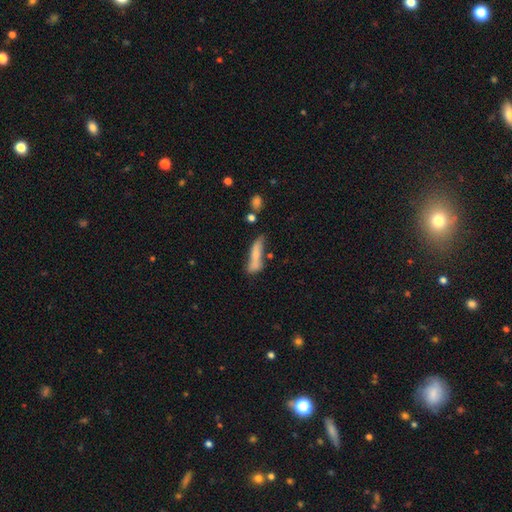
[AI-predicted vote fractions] smooth_or_featured: smooth (p=0.66) [alt: featured or disk p=0.26]
how_rounded: cigar-shaped (p=0.76) [alt: in between p=0.22]
merging: none (p=0.48) [alt: minor disturbance p=0.25]